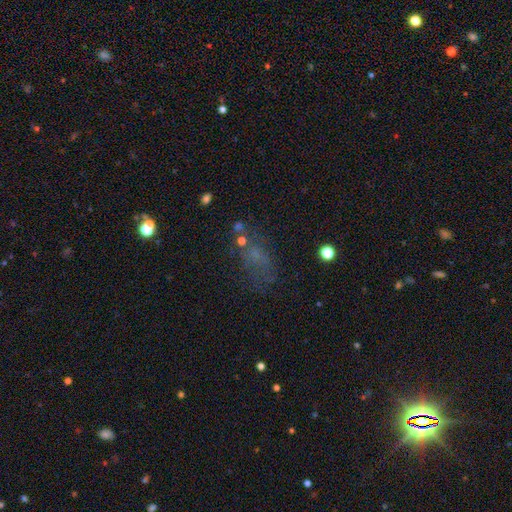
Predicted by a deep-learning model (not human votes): smooth 41%, star or artifact 35%, featured or disk 24%. Down the decision tree: merging — none (48%).